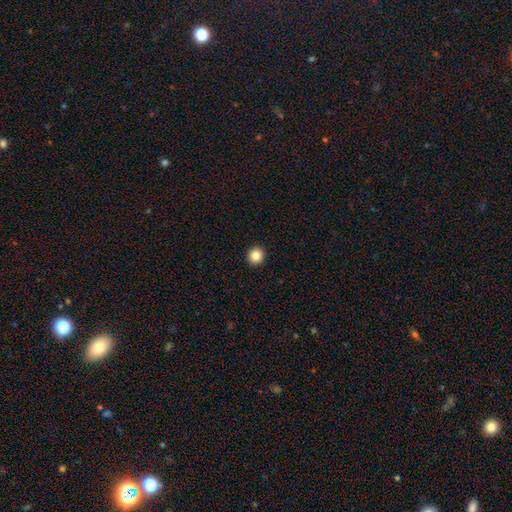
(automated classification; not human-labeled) A smooth galaxy with no disk features (84%) that is round (90%). Merging: none (94%).